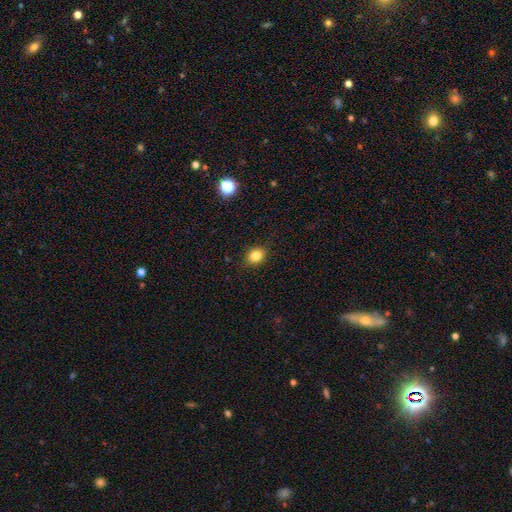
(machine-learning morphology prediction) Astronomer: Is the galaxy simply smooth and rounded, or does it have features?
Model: smooth — 83%.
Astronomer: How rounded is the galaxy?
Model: in between — 53% (runner-up: round, 45%).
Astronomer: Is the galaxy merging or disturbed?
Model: none — 88%.